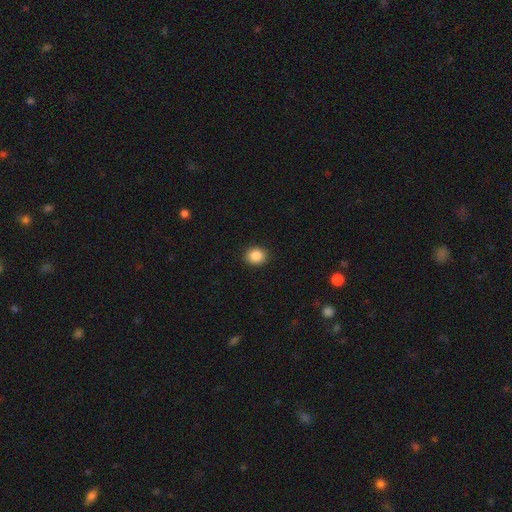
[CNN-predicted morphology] smooth-or-featured: smooth: 88% | star or artifact: 9% | featured or disk: 3%
  how-rounded: round: 70% | in between: 30% | cigar-shaped: 1%
  merging: none: 91% | minor disturbance: 6% | major disturbance: 2% | merger: 1%